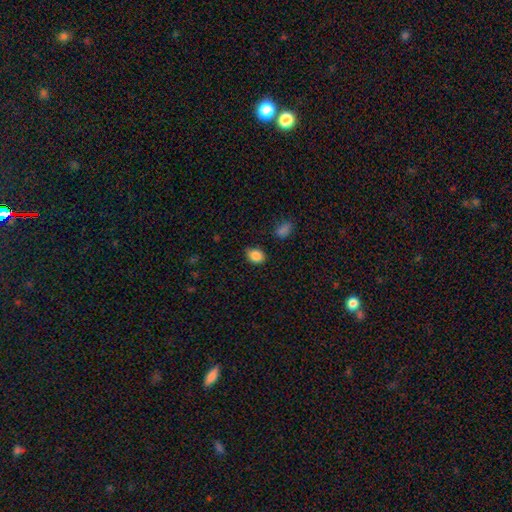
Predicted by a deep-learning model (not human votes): Smooth or featured: smooth — 86% (star or artifact — 9%)
How rounded: in between — 61% (round — 38%)
Merging: none — 75% (minor disturbance — 19%)